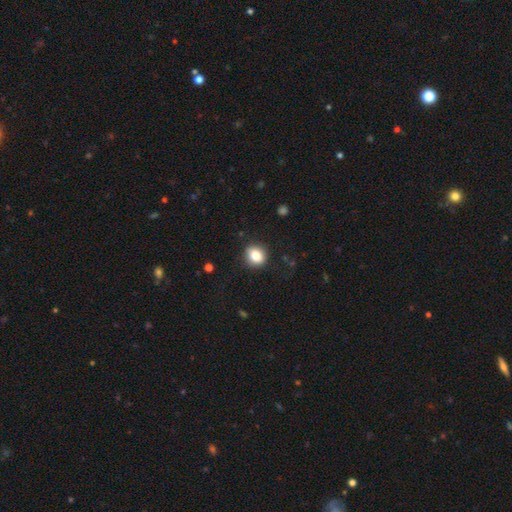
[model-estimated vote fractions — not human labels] This is clearly a smooth galaxy (83%). How rounded: likely round (65%). Merging: clearly none (86%).